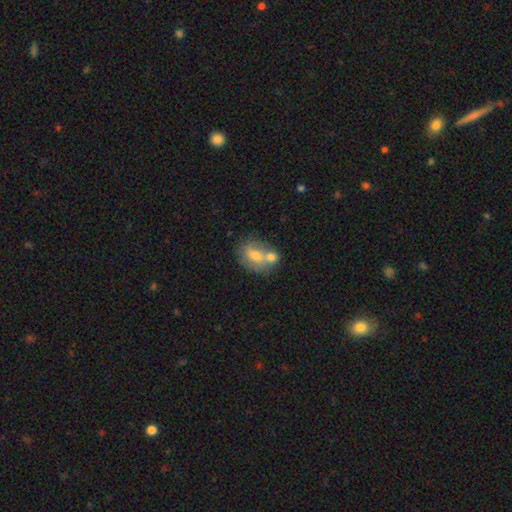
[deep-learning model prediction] A smooth galaxy with no disk features (61%) that is in between round and cigar-shaped (64%).

Vote fractions:
- Smooth or featured? smooth: 61% / featured or disk: 30% / star or artifact: 9%
- How rounded? in between: 64% / round: 33% / cigar-shaped: 2%
- Merging? merger: 51% / none: 31% / minor disturbance: 13% / major disturbance: 5%